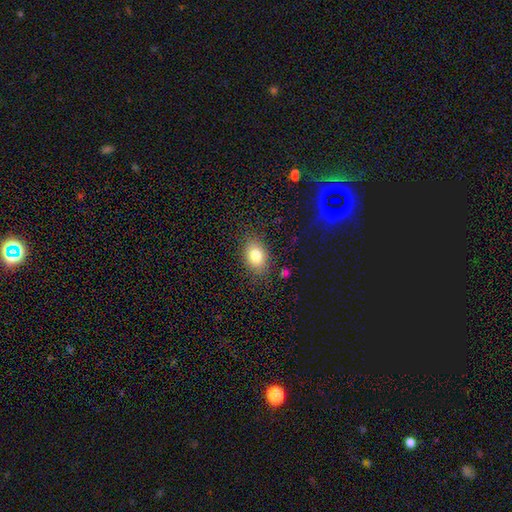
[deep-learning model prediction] smooth 80%, featured or disk 10%, star or artifact 10%. Down the decision tree: how rounded — in between (77%); merging — none (82%).